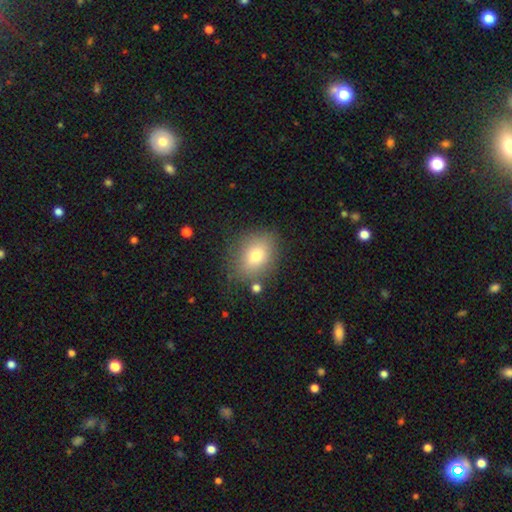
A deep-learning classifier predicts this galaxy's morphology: A smooth galaxy with no disk features (77%) that is in between round and cigar-shaped (57%).

Vote fractions:
- Smooth or featured? smooth: 77% / featured or disk: 13% / star or artifact: 10%
- How rounded? in between: 57% / round: 41% / cigar-shaped: 1%
- Merging? none: 77% / minor disturbance: 15% / major disturbance: 5% / merger: 3%